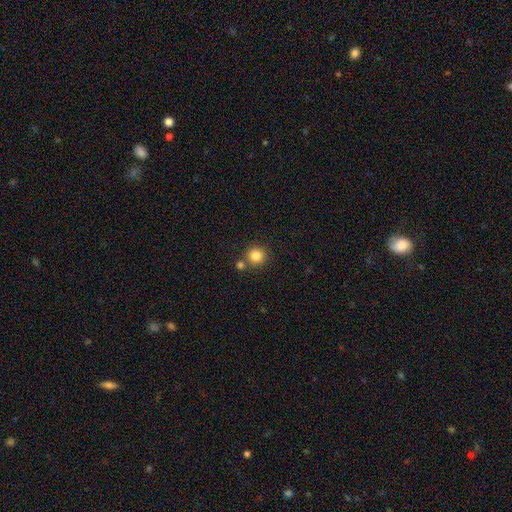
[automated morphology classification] This is clearly a smooth galaxy (84%). How rounded: clearly round (93%). Merging: likely none (74%).